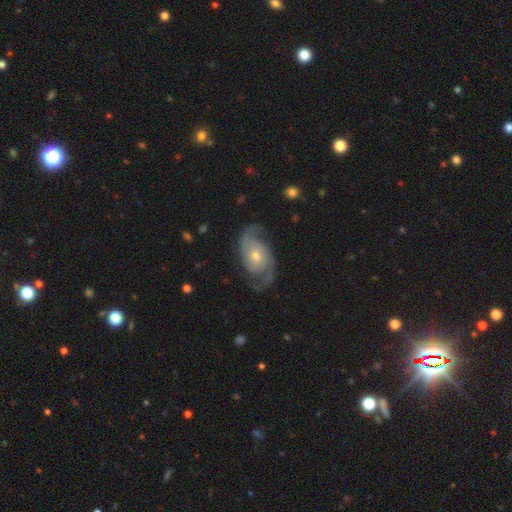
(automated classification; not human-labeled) Smooth or featured: featured or disk — 88% (smooth — 7%)
Edge-on disk: no — 97% (yes — 3%)
Bar: no — 68% (weak — 26%)
Spiral arms: yes — 97% (no — 3%)
Spiral winding: medium — 49% (loose — 27%)
Spiral arm count: 2 — 90% (can't tell — 3%)
Bulge size: moderate — 53% (small — 42%)
Merging: none — 74% (minor disturbance — 16%)